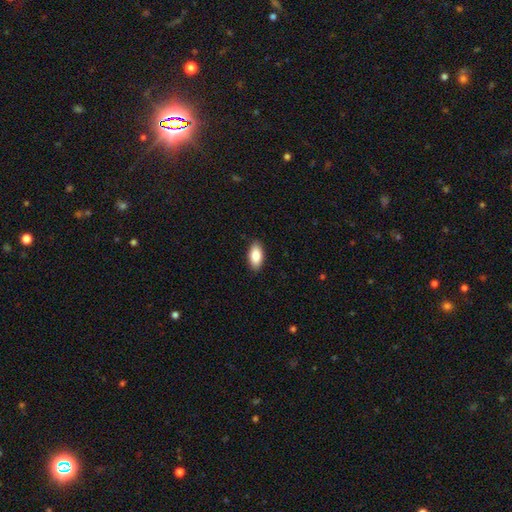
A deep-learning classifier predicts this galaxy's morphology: A smooth galaxy with no disk features (88%) that is in between round and cigar-shaped (92%). Merging: none (89%).